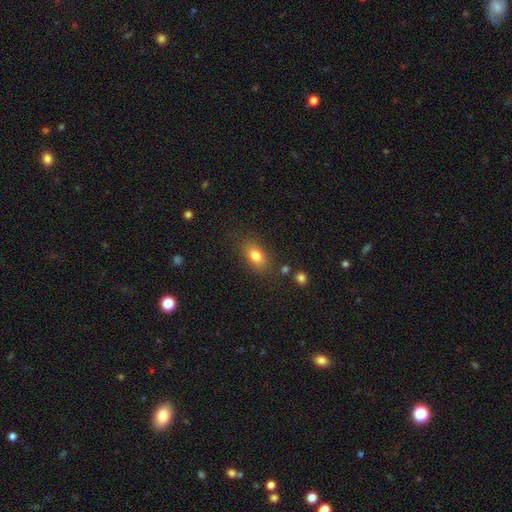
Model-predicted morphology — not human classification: A smooth galaxy with no disk features (81%) that is in between round and cigar-shaped (84%).

Vote fractions:
- Smooth or featured? smooth: 81% / featured or disk: 10% / star or artifact: 9%
- How rounded? in between: 84% / round: 12% / cigar-shaped: 4%
- Merging? none: 80% / minor disturbance: 13% / major disturbance: 4% / merger: 3%